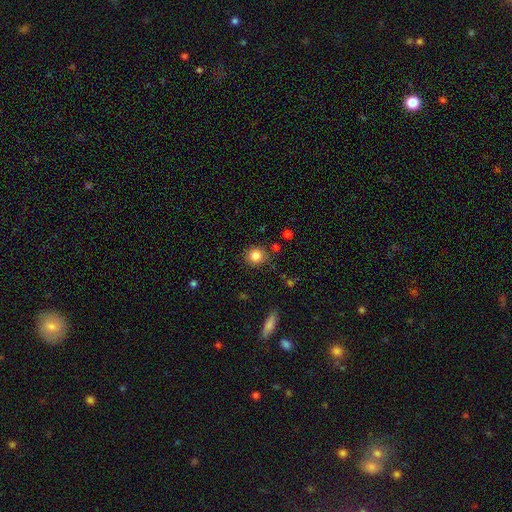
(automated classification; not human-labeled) smooth 83%, star or artifact 10%, featured or disk 6%. Down the decision tree: how rounded — round (87%); merging — none (84%).